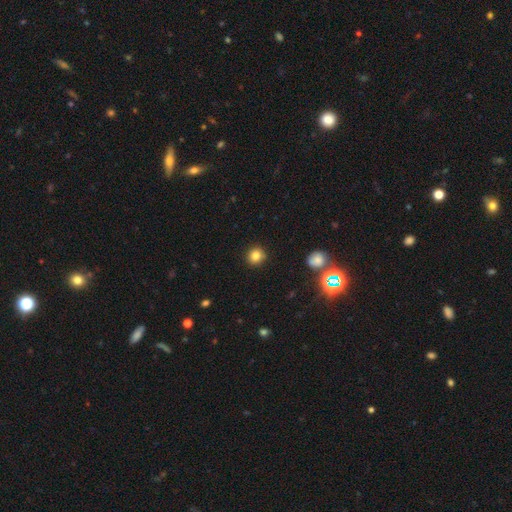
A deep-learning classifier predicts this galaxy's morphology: This appears to be a smooth galaxy with no disk features (82%) that is round (91%). Merging: none (91%).